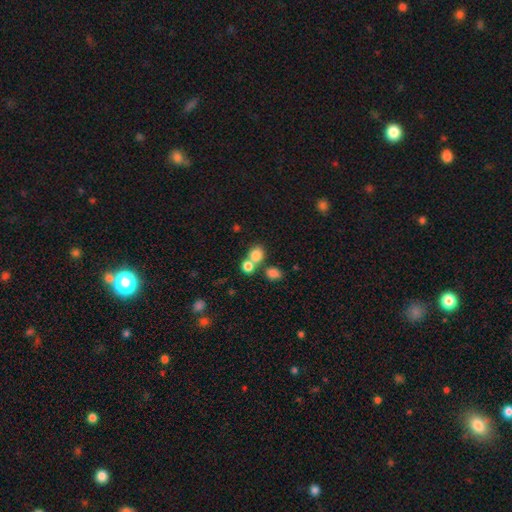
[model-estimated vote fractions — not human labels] smooth 79%, star or artifact 12%, featured or disk 8%. Down the decision tree: how rounded — round (71%); merging — none (45%).